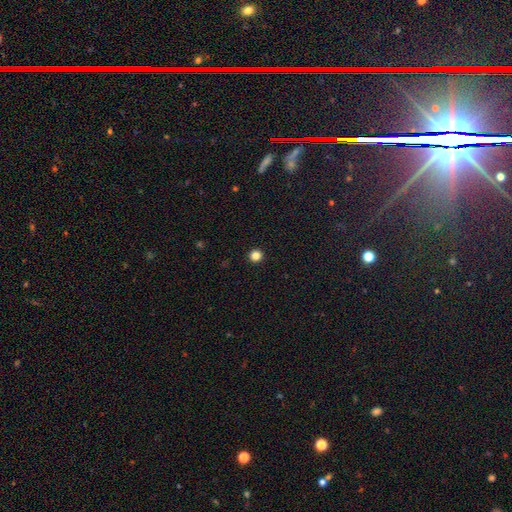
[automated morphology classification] Q: Smooth or featured?
A: smooth (84%); runner-up: star or artifact (13%)
Q: How rounded?
A: round (95%); runner-up: in between (4%)
Q: Merging?
A: none (94%); runner-up: minor disturbance (4%)